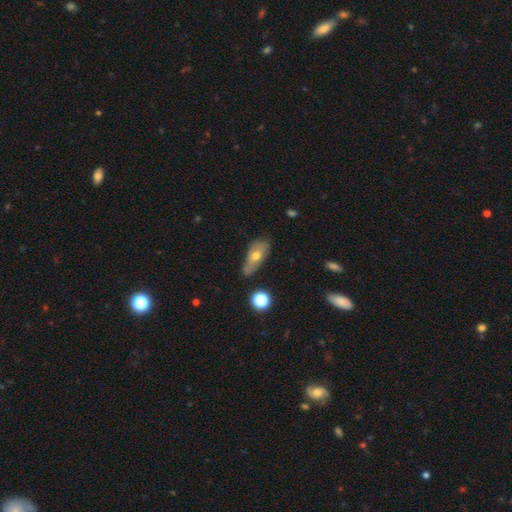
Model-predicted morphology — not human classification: Smooth or featured?
  - smooth: 55% *
  - featured or disk: 36%
  - star or artifact: 9%
How rounded?
  - in between: 80% *
  - cigar-shaped: 13%
  - round: 7%
Merging?
  - none: 54% *
  - minor disturbance: 32%
  - major disturbance: 9%
  - merger: 5%